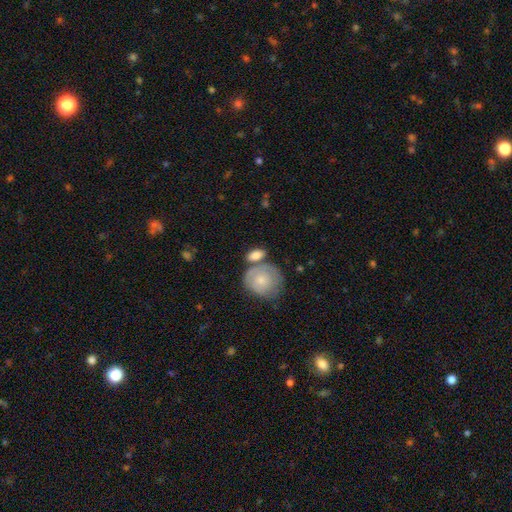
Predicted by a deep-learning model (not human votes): smooth 73%, featured or disk 21%, star or artifact 6%. Down the decision tree: how rounded — in between (60%); merging — none (51%).